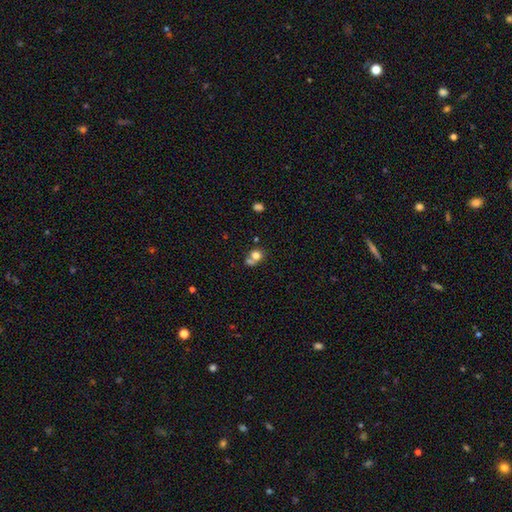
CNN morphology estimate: Smooth or featured?
  - smooth: 76% *
  - featured or disk: 12%
  - star or artifact: 12%
How rounded?
  - round: 77% *
  - in between: 22%
  - cigar-shaped: 1%
Merging?
  - merger: 45% *
  - none: 41%
  - minor disturbance: 9%
  - major disturbance: 5%